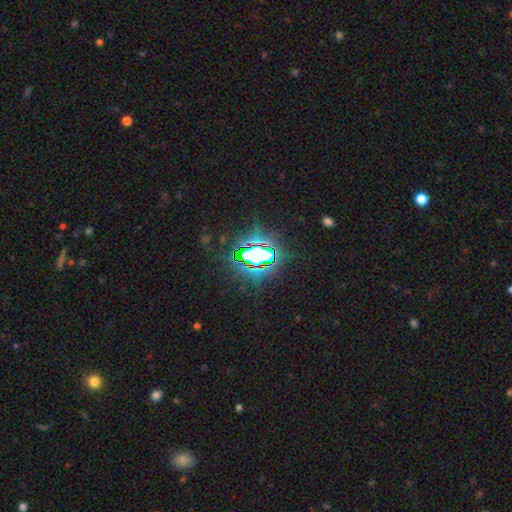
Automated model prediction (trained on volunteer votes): This appears to be a star or artifact, not a galaxy (75%).